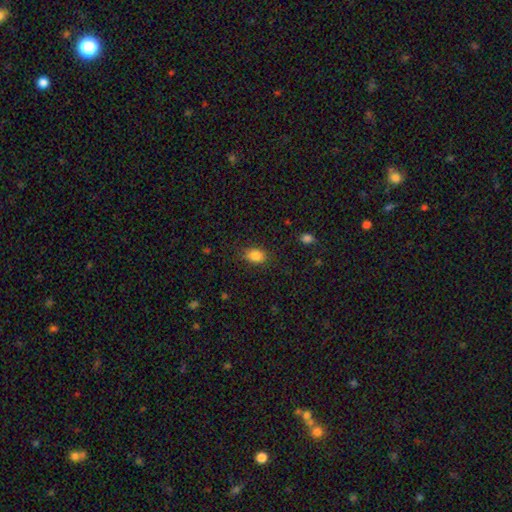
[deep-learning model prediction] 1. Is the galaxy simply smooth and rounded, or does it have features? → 85% smooth, 9% star or artifact, 5% featured or disk.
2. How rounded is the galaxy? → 74% in between, 25% round, 1% cigar-shaped.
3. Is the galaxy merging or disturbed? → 83% none, 13% minor disturbance, 3% major disturbance, 1% merger.